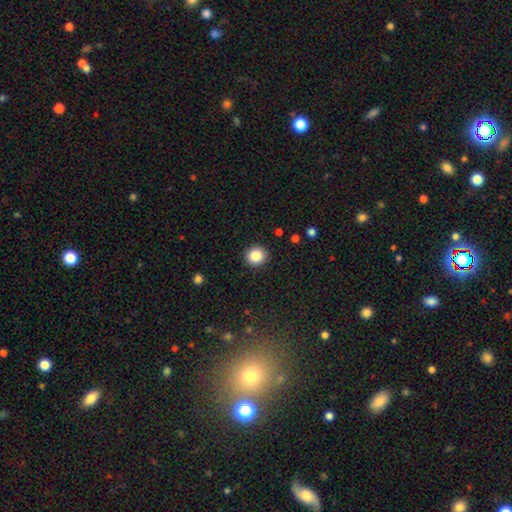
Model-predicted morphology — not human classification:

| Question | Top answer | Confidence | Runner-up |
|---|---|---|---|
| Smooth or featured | smooth | 86% | star or artifact (10%) |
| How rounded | round | 90% | in between (9%) |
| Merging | none | 91% | minor disturbance (6%) |